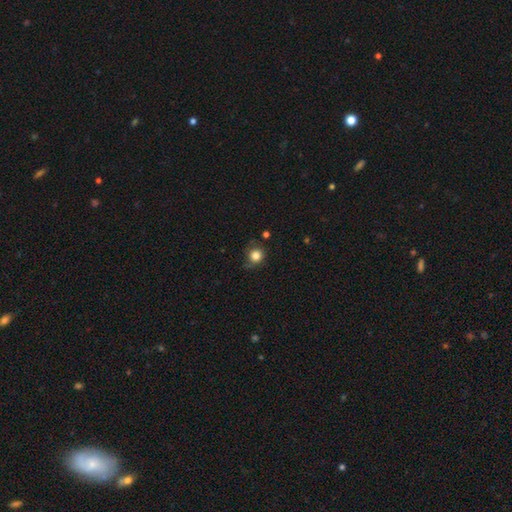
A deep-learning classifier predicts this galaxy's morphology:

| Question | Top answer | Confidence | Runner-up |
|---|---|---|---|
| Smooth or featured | smooth | 81% | star or artifact (11%) |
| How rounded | round | 87% | in between (12%) |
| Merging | none | 66% | minor disturbance (23%) |